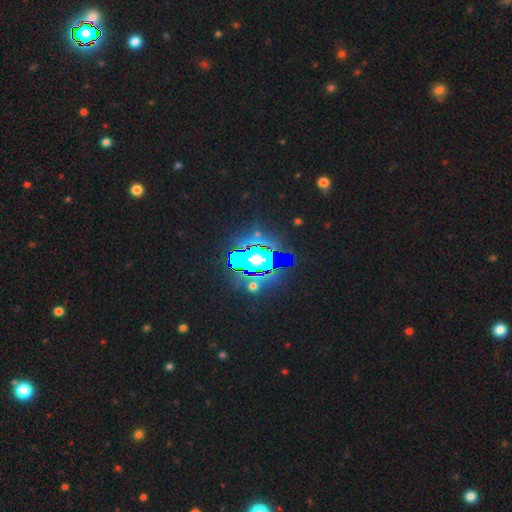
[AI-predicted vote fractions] smooth_or_featured: star or artifact (p=0.71) [alt: featured or disk p=0.17]